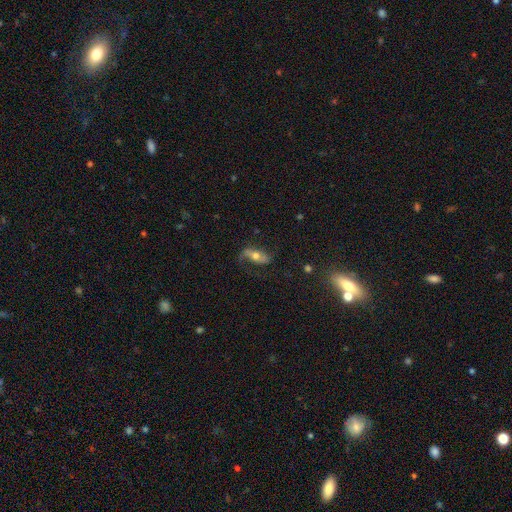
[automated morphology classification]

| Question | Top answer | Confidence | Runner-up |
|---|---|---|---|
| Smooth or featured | featured or disk | 53% | smooth (39%) |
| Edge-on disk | no | 79% | yes (21%) |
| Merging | none | 58% | minor disturbance (22%) |